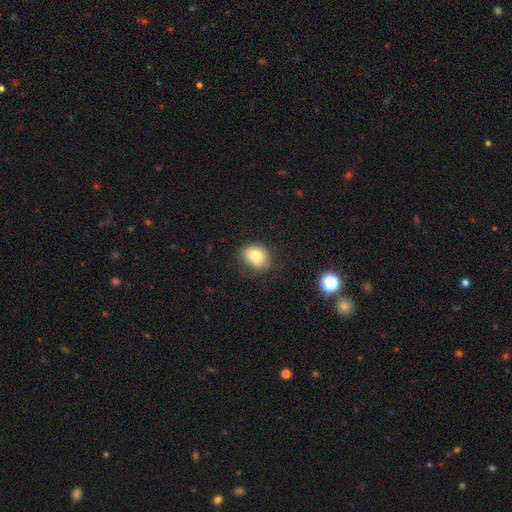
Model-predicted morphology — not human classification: smooth 78%, featured or disk 11%, star or artifact 10%. Down the decision tree: how rounded — round (51%); merging — none (68%).